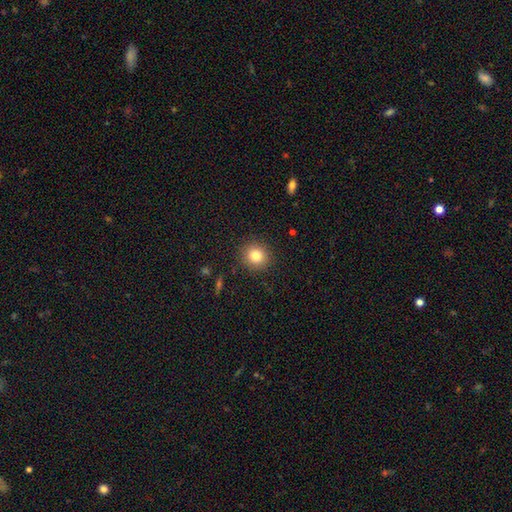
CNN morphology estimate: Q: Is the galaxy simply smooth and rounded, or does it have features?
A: smooth — 82%.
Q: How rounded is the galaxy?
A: round — 91%.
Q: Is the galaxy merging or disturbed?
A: none — 90%.